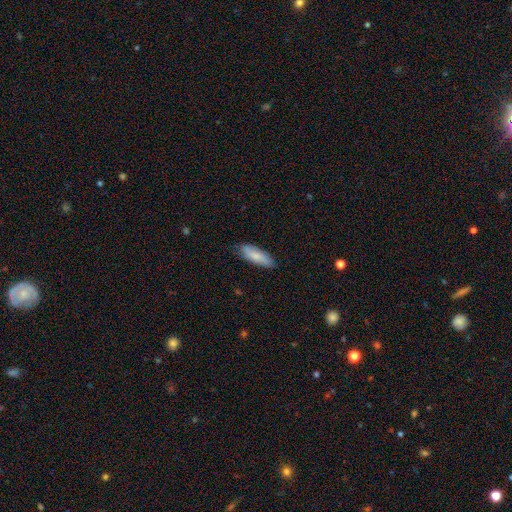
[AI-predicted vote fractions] Overall: smooth (79%). How rounded: in between (57%; cigar-shaped 42%). Merging: none (79%).